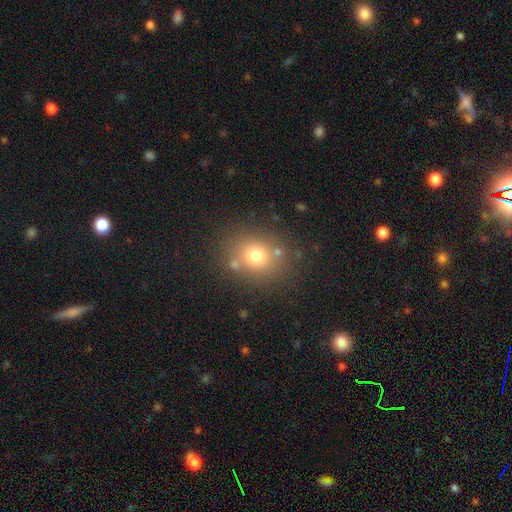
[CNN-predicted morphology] This is likely a smooth galaxy (70%). How rounded: likely round (71%). Merging: likely none (75%).